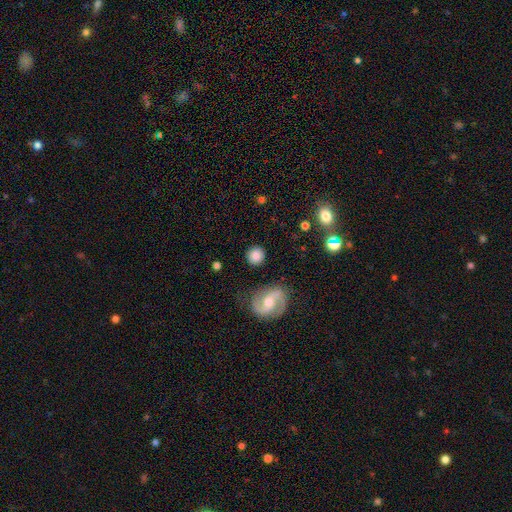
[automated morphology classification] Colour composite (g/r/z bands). It shows a smooth galaxy with no disk features (74%) that is round (92%). Merging: none (87%).